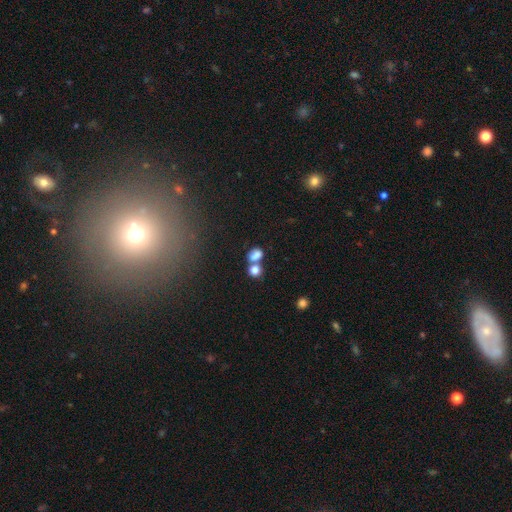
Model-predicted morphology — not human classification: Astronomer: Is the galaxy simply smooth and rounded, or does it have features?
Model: smooth — 77%.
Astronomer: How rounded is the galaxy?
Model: in between — 57% (runner-up: round, 41%).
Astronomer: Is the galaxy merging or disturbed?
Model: merger — 49% (runner-up: none, 36%).